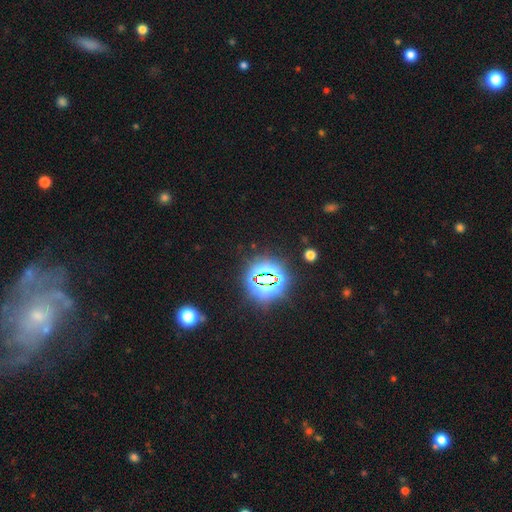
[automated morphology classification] Smooth or featured? Predicted: star or artifact (p=0.79).